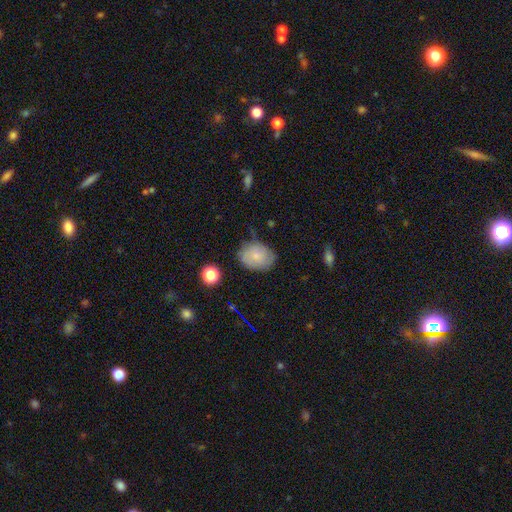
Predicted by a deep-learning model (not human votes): Smooth or featured?
  - smooth: 70% *
  - featured or disk: 21%
  - star or artifact: 9%
How rounded?
  - in between: 63% *
  - round: 36%
  - cigar-shaped: 1%
Merging?
  - none: 64% *
  - minor disturbance: 27%
  - major disturbance: 7%
  - merger: 2%